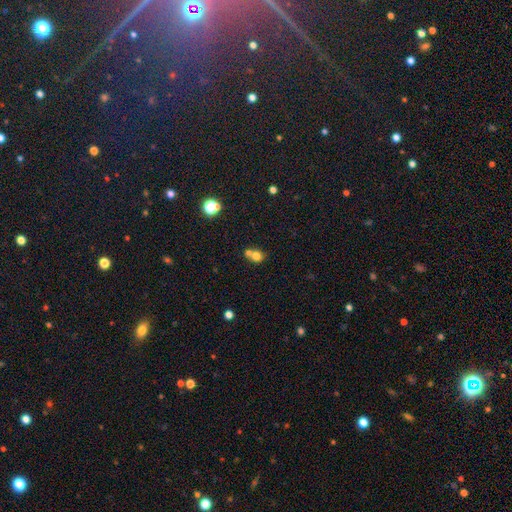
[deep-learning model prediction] Smooth or featured?
  - smooth: 74% *
  - star or artifact: 14%
  - featured or disk: 12%
How rounded?
  - round: 75% *
  - in between: 24%
  - cigar-shaped: 1%
Merging?
  - merger: 53% *
  - none: 36%
  - minor disturbance: 7%
  - major disturbance: 3%